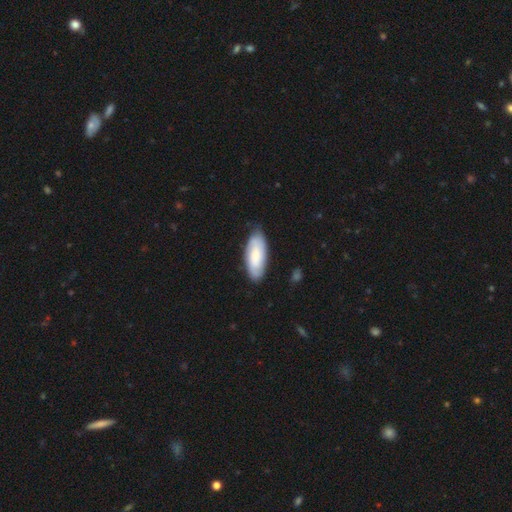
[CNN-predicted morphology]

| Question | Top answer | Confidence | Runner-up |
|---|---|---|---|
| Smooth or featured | smooth | 64% | featured or disk (31%) |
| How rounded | in between | 81% | cigar-shaped (17%) |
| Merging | none | 79% | minor disturbance (17%) |